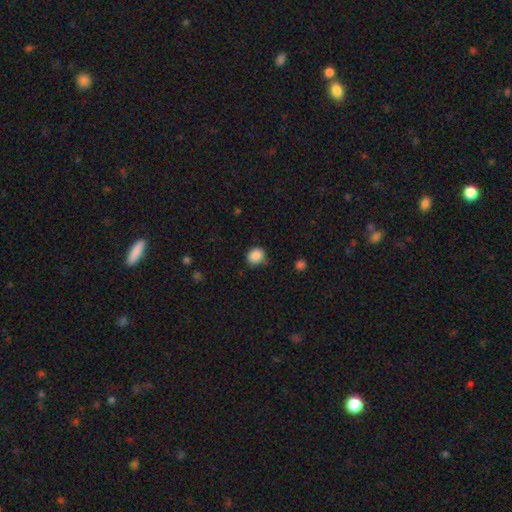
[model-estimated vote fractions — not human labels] smooth-or-featured: smooth: 87% | star or artifact: 10% | featured or disk: 4%
  how-rounded: round: 75% | in between: 24% | cigar-shaped: 1%
  merging: none: 77% | minor disturbance: 17% | major disturbance: 4% | merger: 3%